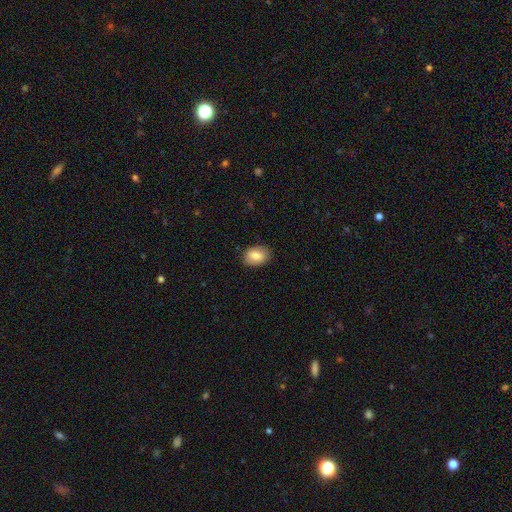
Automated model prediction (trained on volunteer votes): This is clearly a smooth galaxy (82%). How rounded: clearly in between (81%). Merging: clearly none (85%).